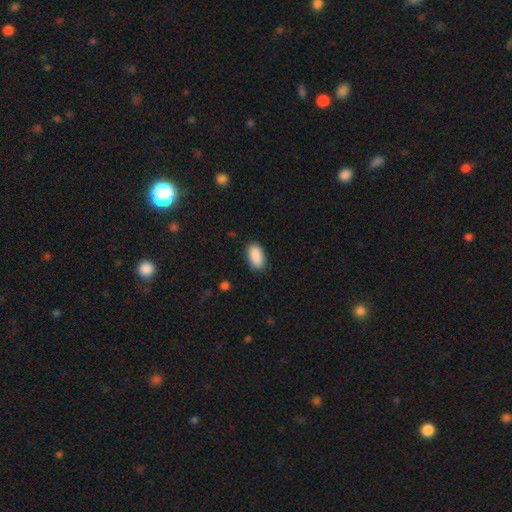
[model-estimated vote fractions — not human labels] Q: Smooth or featured?
A: smooth (90%); runner-up: star or artifact (7%)
Q: How rounded?
A: in between (93%); runner-up: cigar-shaped (3%)
Q: Merging?
A: none (86%); runner-up: minor disturbance (10%)